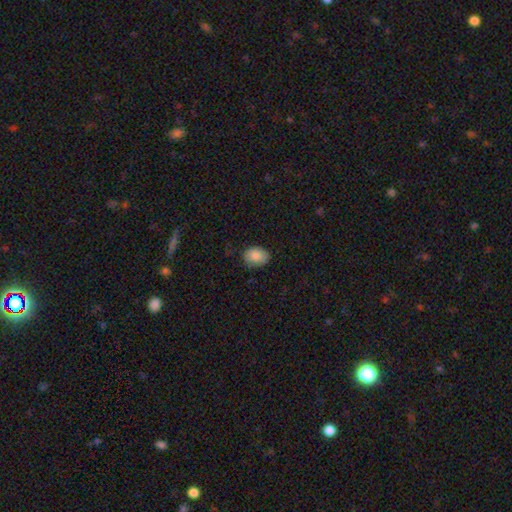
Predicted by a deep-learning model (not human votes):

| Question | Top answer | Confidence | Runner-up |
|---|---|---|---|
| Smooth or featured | smooth | 85% | star or artifact (8%) |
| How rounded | in between | 68% | round (31%) |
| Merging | none | 80% | minor disturbance (16%) |